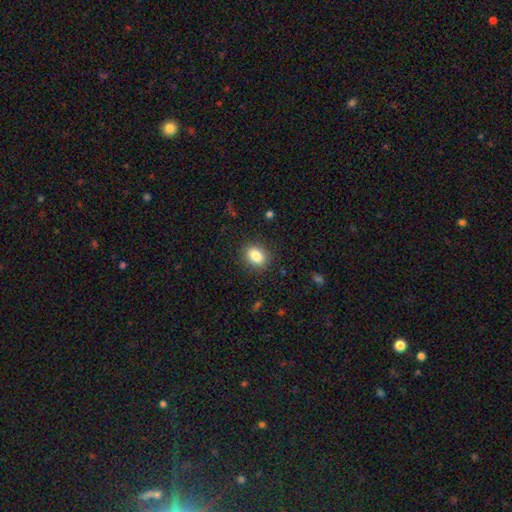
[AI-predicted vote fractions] Smooth or featured?
  - smooth: 85% *
  - star or artifact: 9%
  - featured or disk: 6%
How rounded?
  - in between: 61% *
  - round: 38%
  - cigar-shaped: 1%
Merging?
  - none: 87% *
  - minor disturbance: 9%
  - major disturbance: 3%
  - merger: 1%